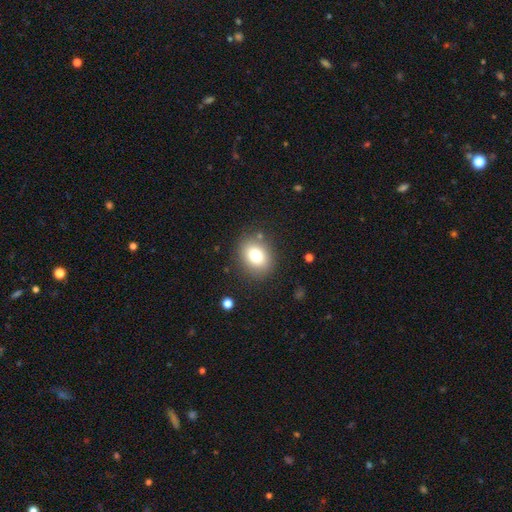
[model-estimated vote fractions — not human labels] smooth_or_featured: smooth (p=0.77) [alt: featured or disk p=0.12]
how_rounded: round (p=0.52) [alt: in between p=0.48]
merging: none (p=0.84) [alt: minor disturbance p=0.10]